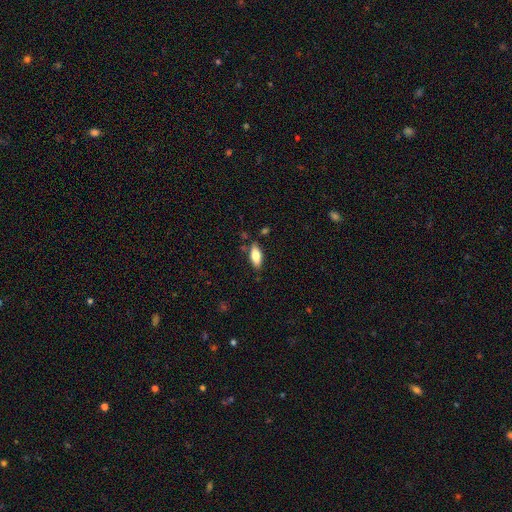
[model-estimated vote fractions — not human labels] The model was most divided on "smooth or featured": smooth: 75%, featured or disk: 19%, star or artifact: 6%. More confident: how rounded — in between (80%); merging — none (80%).